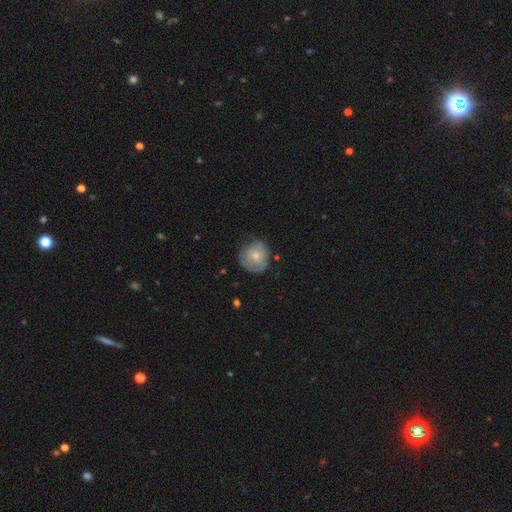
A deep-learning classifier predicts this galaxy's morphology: This is likely a smooth galaxy (61%). How rounded: clearly round (85%). Merging: likely none (62%).